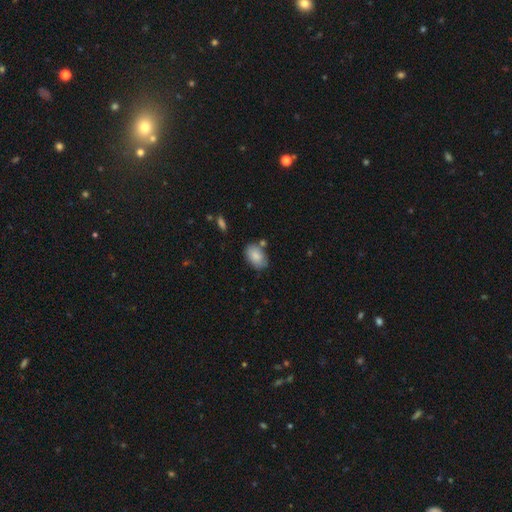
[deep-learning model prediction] Smooth or featured: smooth — 84% (featured or disk — 9%)
How rounded: in between — 88% (round — 10%)
Merging: none — 70% (minor disturbance — 19%)